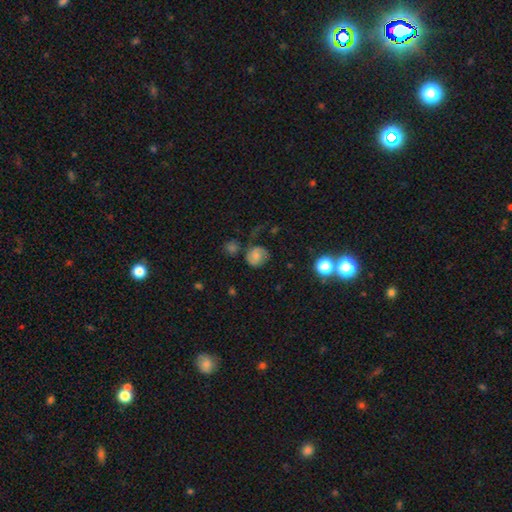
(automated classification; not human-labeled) Q: Smooth or featured?
A: smooth (51%); runner-up: featured or disk (36%)
Q: How rounded?
A: round (75%); runner-up: in between (24%)
Q: Merging?
A: none (52%); runner-up: minor disturbance (23%)